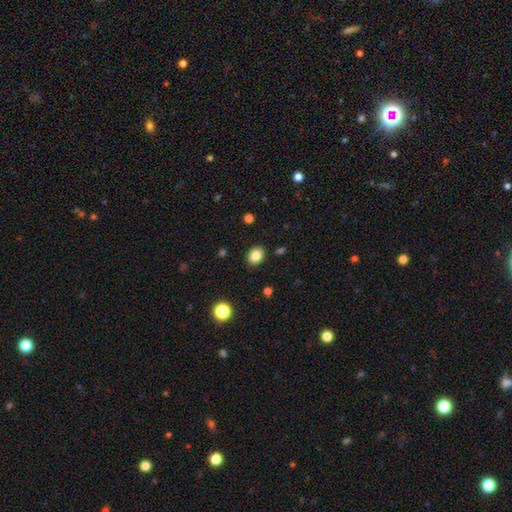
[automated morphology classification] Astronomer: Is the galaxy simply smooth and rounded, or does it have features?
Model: smooth — 84%.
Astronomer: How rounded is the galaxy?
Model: round — 54% (runner-up: in between, 46%).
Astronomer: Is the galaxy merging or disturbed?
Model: none — 89%.